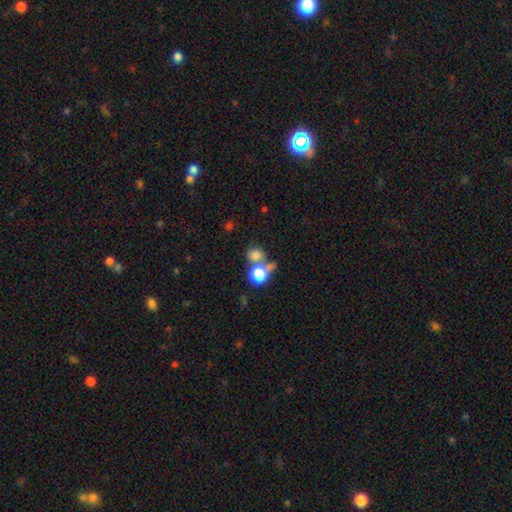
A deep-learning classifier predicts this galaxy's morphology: Overall: smooth (76%). How rounded: round (70%). Merging: merger (45%; none 38%).